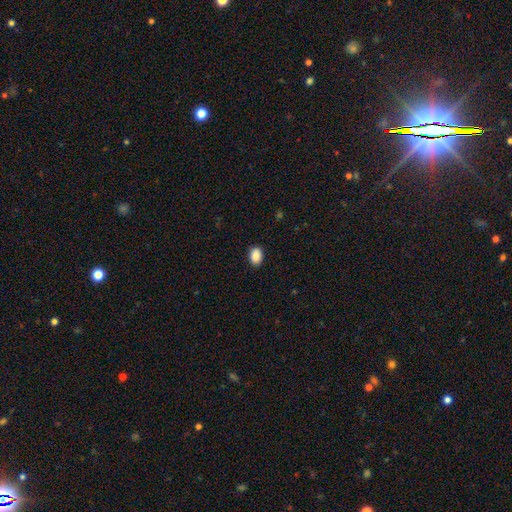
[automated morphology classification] The model was most divided on "how rounded": in between: 80%, round: 19%, cigar-shaped: 1%. More confident: smooth or featured — smooth (89%); merging — none (89%).